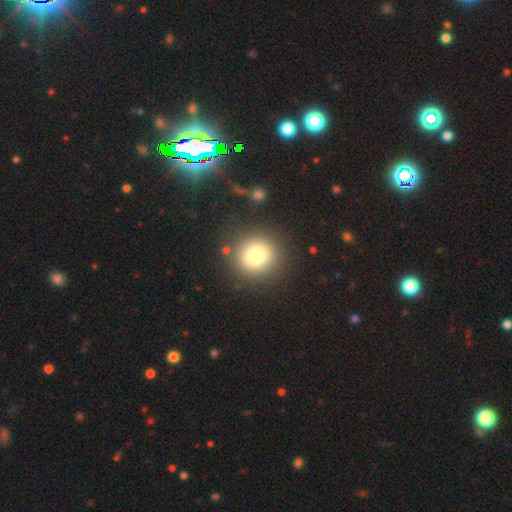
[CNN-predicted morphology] Smooth or featured? smooth (77%)
How rounded? round (93%)
Merging? none (87%)